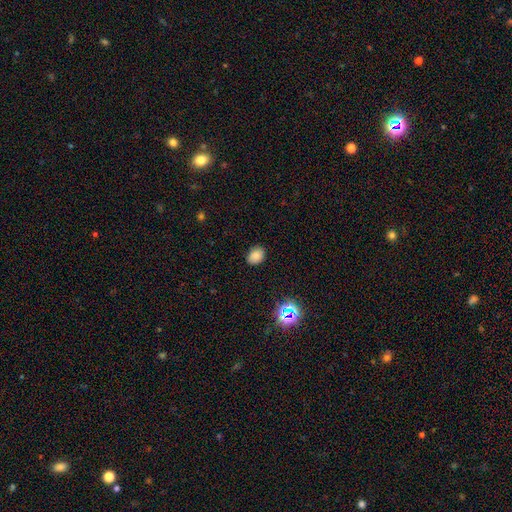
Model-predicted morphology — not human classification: This is clearly a smooth galaxy (81%). How rounded: likely in between (65%). Merging: clearly none (86%).